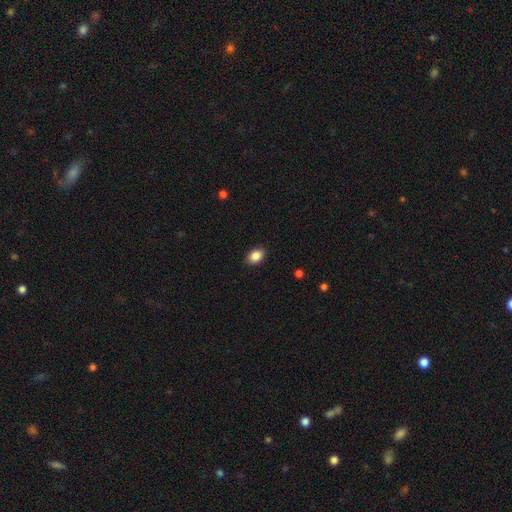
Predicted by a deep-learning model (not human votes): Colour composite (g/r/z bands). It shows a smooth galaxy with no disk features (87%) that is in between round and cigar-shaped (79%). Merging: none (90%).